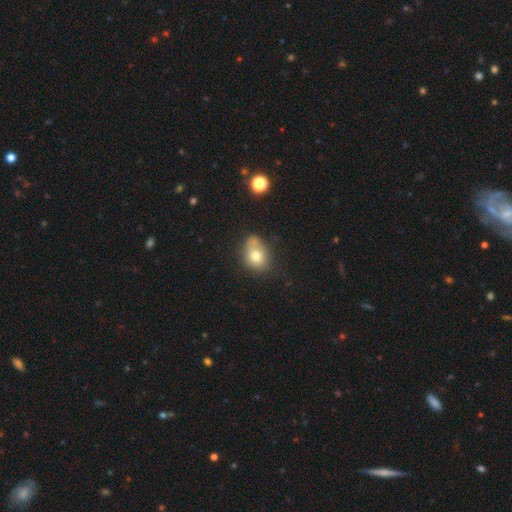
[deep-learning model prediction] Morphology: type=smooth (74%); roundness=in between (59%); merging=none (46%).